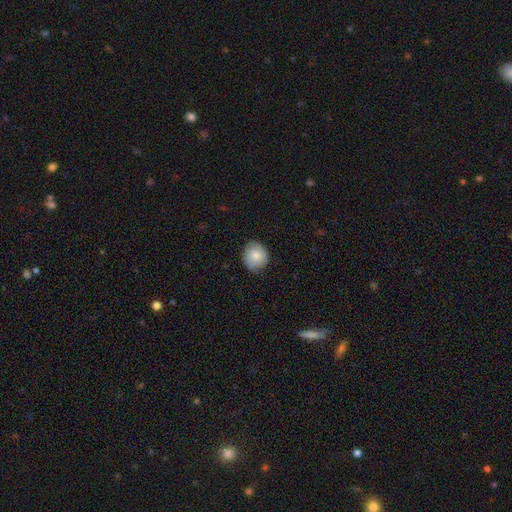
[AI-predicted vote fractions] The model was most divided on "smooth or featured": smooth: 79%, featured or disk: 14%, star or artifact: 7%. More confident: how rounded — round (82%); merging — none (81%).